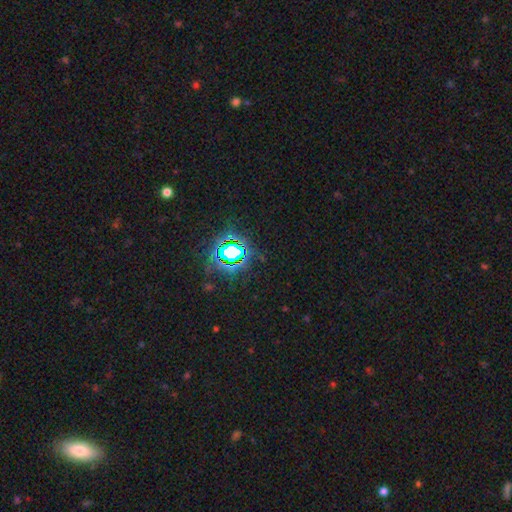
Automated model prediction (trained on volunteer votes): Morphology: type=star or artifact (80%).